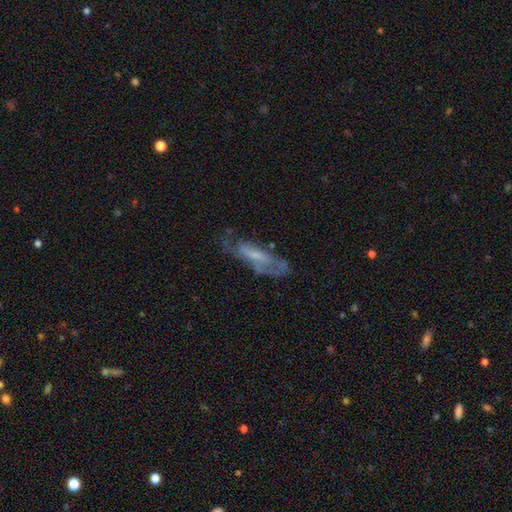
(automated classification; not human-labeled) Morphology: type=featured or disk (55%); edge-on=no (75%); merging=none (47%).